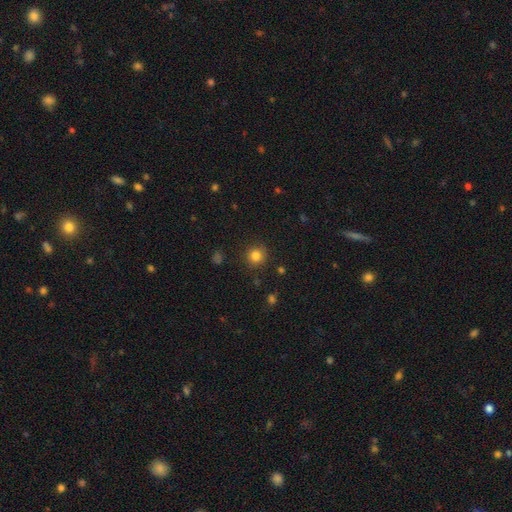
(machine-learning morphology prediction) This is clearly a smooth galaxy (82%). How rounded: clearly round (92%). Merging: clearly none (89%).